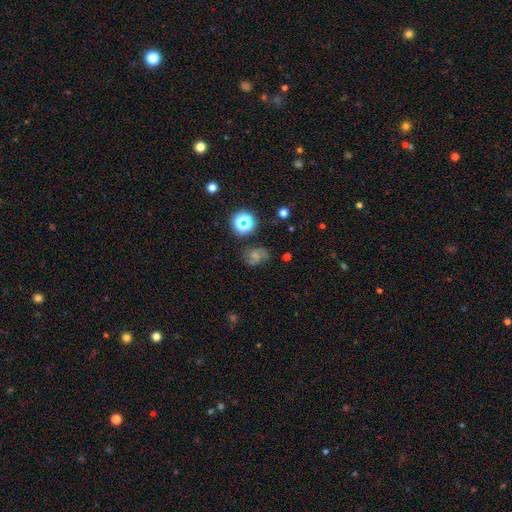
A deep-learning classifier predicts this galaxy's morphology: Smooth or featured? Predicted: featured or disk (p=0.43). Merging? Predicted: none (p=0.63).